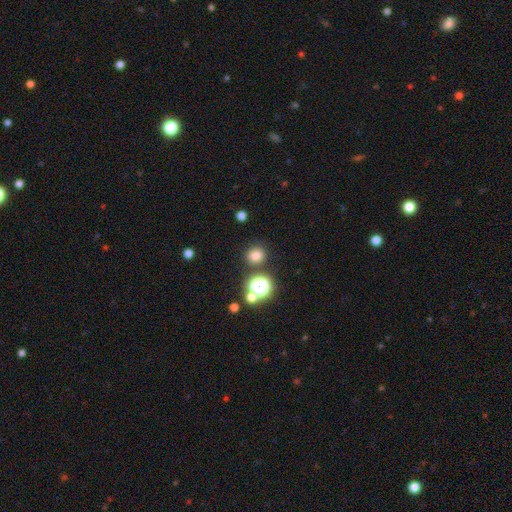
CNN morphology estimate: Smooth or featured?
  - smooth: 76% *
  - star or artifact: 19%
  - featured or disk: 5%
How rounded?
  - round: 84% *
  - in between: 15%
  - cigar-shaped: 1%
Merging?
  - none: 83% *
  - minor disturbance: 8%
  - merger: 5%
  - major disturbance: 3%